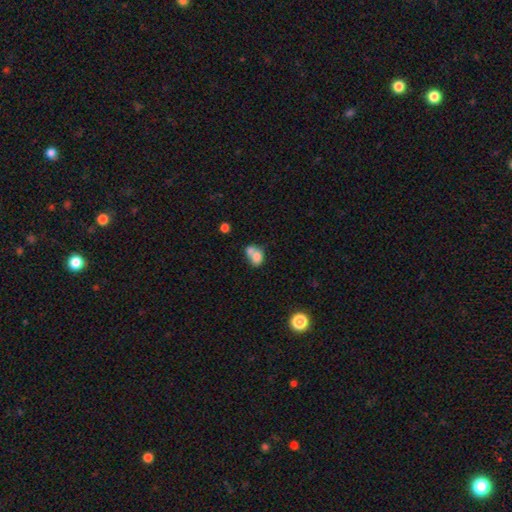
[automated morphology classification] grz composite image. It shows a smooth galaxy with no disk features (75%) that is in between round and cigar-shaped (63%). Merging: merger (63%).